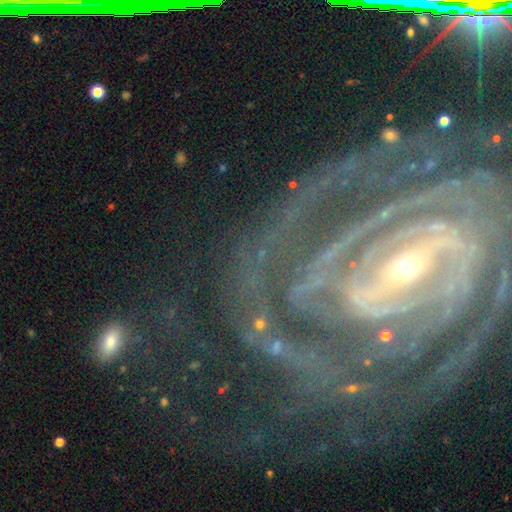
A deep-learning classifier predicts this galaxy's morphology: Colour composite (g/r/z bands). It shows a featured or disk galaxy (82%) with a strong bar (49%), 2 (26%) tight (70%) spiral arms (94%) and a small central bulge (68%). Merging: none (67%).